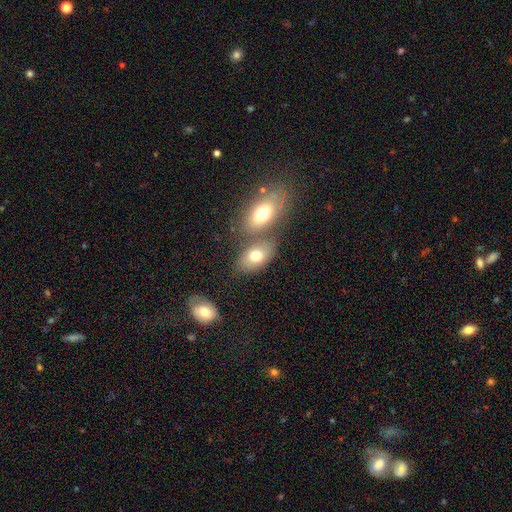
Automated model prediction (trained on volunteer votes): Overall: smooth (73%). How rounded: in between (86%). Merging: none (51%; merger 33%).